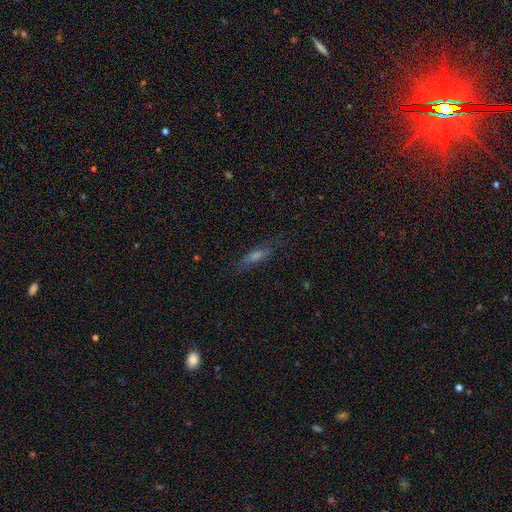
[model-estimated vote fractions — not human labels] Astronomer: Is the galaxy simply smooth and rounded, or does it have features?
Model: smooth — 43% (runner-up: featured or disk, 39%).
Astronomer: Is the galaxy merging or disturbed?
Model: none — 77%.